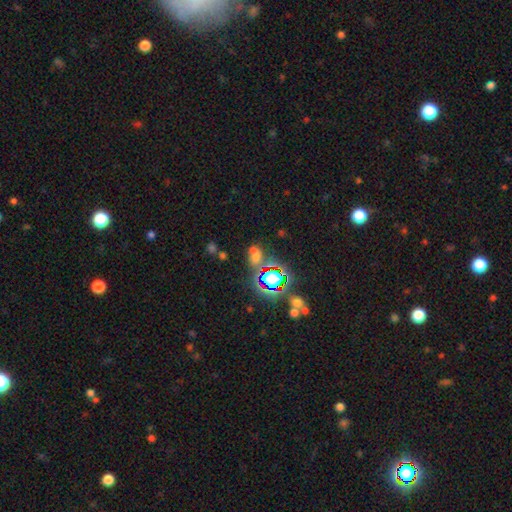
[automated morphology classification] This appears to be a star or artifact, not a galaxy (54%).